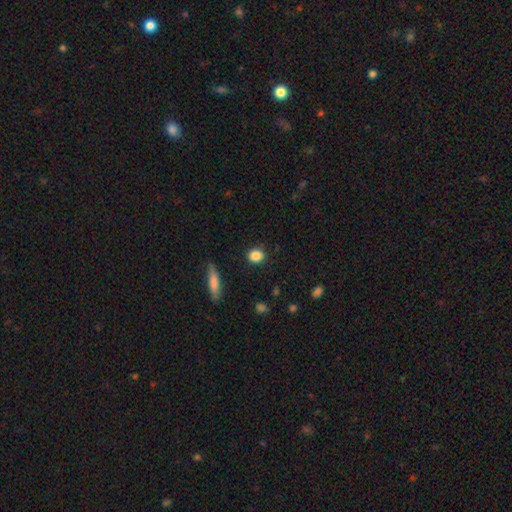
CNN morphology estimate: Smooth or featured? Predicted: smooth (p=0.86). How rounded? Predicted: round (p=0.67). Merging? Predicted: none (p=0.89).